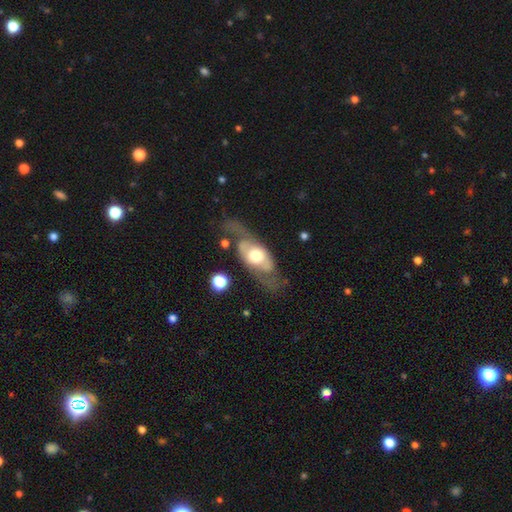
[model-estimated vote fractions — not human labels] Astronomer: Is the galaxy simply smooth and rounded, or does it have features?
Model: featured or disk — 68%.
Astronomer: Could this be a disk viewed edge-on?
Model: no — 79%.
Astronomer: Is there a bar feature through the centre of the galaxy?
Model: no — 78%.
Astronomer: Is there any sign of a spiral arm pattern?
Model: yes — 51% (runner-up: no, 49%).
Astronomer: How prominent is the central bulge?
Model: moderate — 52% (runner-up: large, 38%).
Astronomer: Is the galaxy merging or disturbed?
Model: none — 66%.